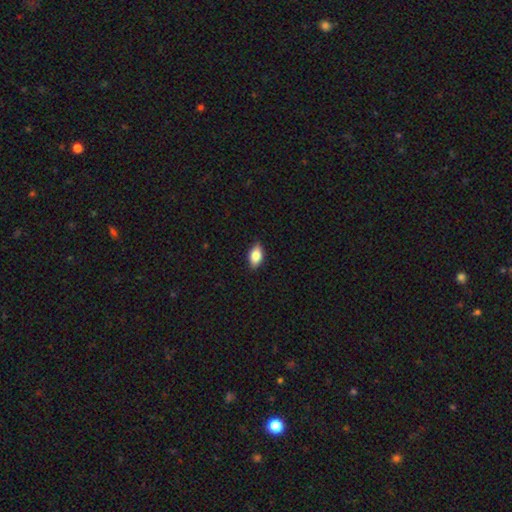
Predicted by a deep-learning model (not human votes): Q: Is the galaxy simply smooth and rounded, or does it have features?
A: smooth — 80%.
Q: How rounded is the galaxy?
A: in between — 89%.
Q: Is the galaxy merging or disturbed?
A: none — 86%.